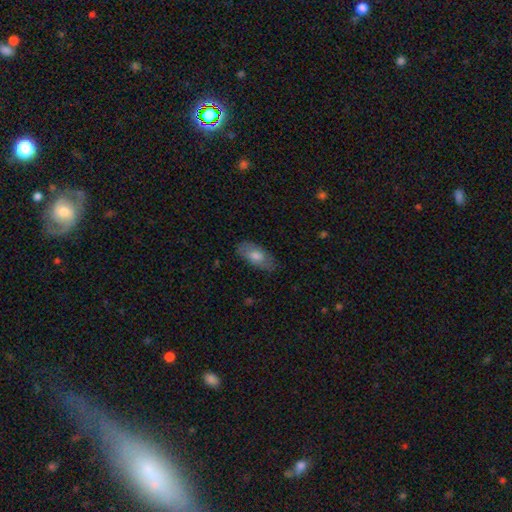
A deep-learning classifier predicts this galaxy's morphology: This appears to be a smooth galaxy with no disk features (70%) that is in between round and cigar-shaped (88%). Merging: none (80%).